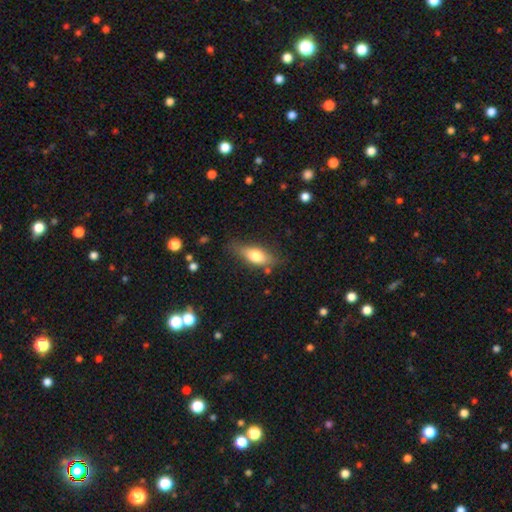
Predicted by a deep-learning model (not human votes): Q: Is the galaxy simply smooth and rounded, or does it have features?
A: smooth — 70%.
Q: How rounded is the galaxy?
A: in between — 73%.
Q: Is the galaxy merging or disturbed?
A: none — 69%.